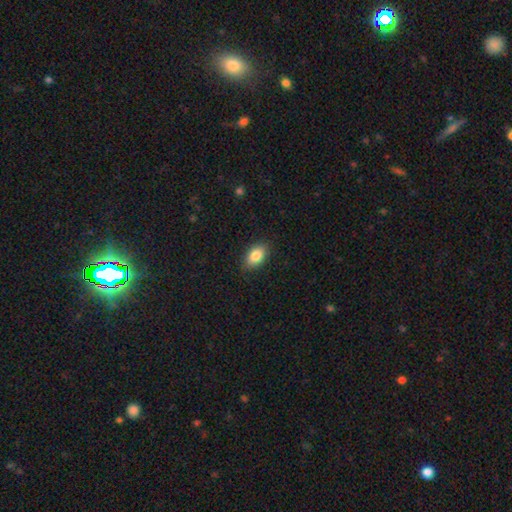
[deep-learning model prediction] A smooth galaxy with no disk features (85%) that is in between round and cigar-shaped (89%).

Vote fractions:
- Smooth or featured? smooth: 85% / featured or disk: 8% / star or artifact: 8%
- How rounded? in between: 89% / round: 9% / cigar-shaped: 2%
- Merging? none: 87% / minor disturbance: 10% / major disturbance: 2% / merger: 1%